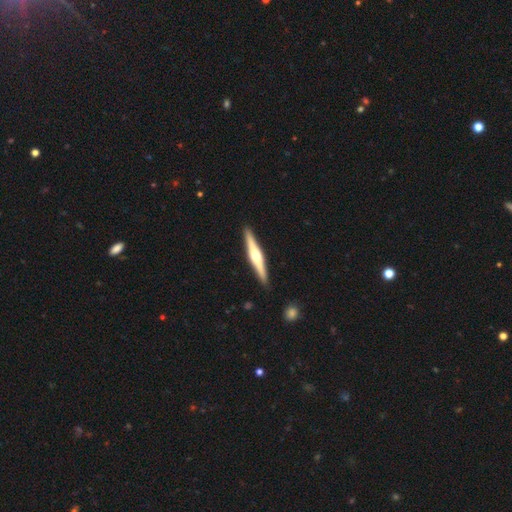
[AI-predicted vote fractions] Smooth or featured: featured or disk — 73% (smooth — 22%)
Edge-on disk: yes — 98% (no — 2%)
Edge-on bulge: rounded — 92% (boxy — 5%)
Merging: none — 91% (minor disturbance — 7%)